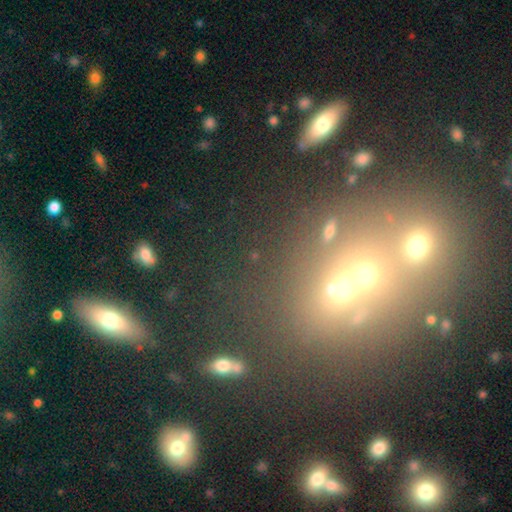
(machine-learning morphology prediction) Smooth or featured: smooth — 48% (star or artifact — 32%)
Merging: none — 57% (merger — 28%)